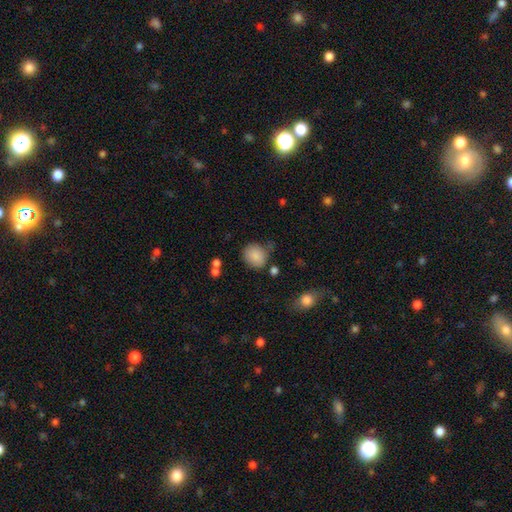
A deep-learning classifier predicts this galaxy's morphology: smooth-or-featured: smooth: 84% | star or artifact: 9% | featured or disk: 7%
  how-rounded: round: 71% | in between: 28% | cigar-shaped: 1%
  merging: none: 61% | minor disturbance: 25% | major disturbance: 8% | merger: 6%